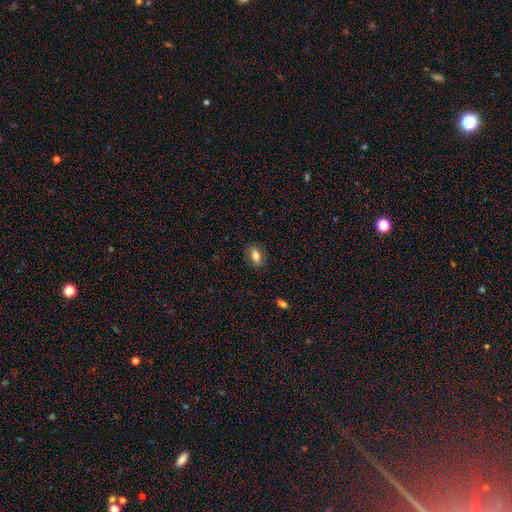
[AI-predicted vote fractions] The model was most divided on "smooth or featured": smooth: 80%, featured or disk: 11%, star or artifact: 9%. More confident: how rounded — in between (86%); merging — none (85%).